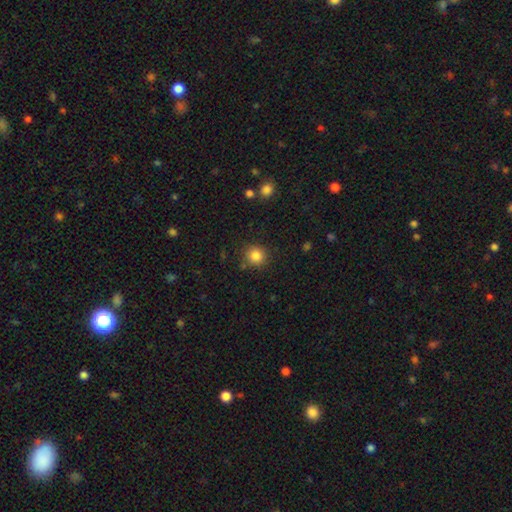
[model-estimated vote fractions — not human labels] Q: Smooth or featured?
A: smooth (84%); runner-up: star or artifact (11%)
Q: How rounded?
A: round (89%); runner-up: in between (10%)
Q: Merging?
A: none (85%); runner-up: minor disturbance (9%)